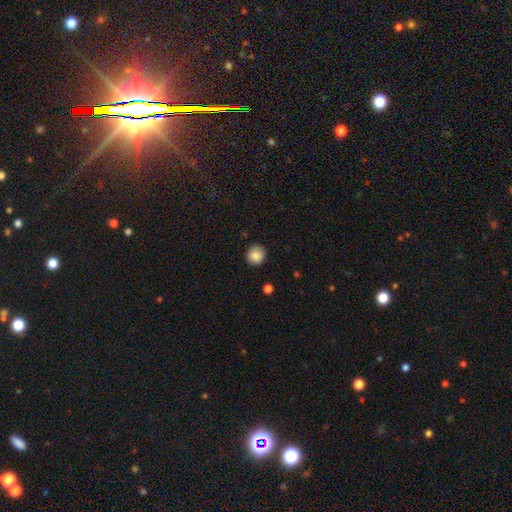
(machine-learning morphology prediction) This is clearly a smooth galaxy (85%). How rounded: clearly round (87%). Merging: clearly none (87%).